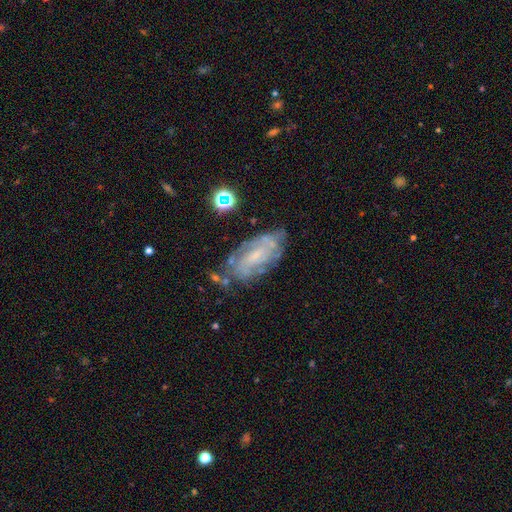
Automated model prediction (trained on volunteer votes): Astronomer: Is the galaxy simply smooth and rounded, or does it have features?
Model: featured or disk — 69%.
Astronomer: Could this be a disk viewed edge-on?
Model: no — 92%.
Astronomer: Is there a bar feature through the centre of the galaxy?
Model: no — 54% (runner-up: weak, 37%).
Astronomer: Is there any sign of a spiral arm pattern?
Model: yes — 80%.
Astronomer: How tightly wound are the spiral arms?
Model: tight — 56% (runner-up: medium, 33%).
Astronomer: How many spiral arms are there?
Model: can't tell — 49% (runner-up: 2, 29%).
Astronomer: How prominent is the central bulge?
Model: small — 50%.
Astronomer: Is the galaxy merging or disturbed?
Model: none — 66%.